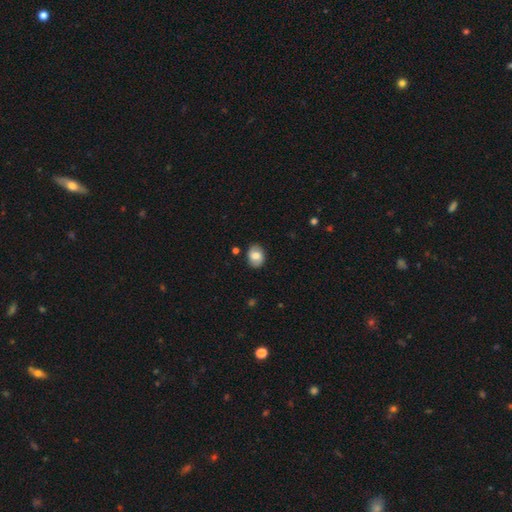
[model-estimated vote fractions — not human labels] smooth_or_featured: smooth (p=0.74) [alt: featured or disk p=0.18]
how_rounded: in between (p=0.64) [alt: round p=0.35]
merging: none (p=0.84) [alt: minor disturbance p=0.12]